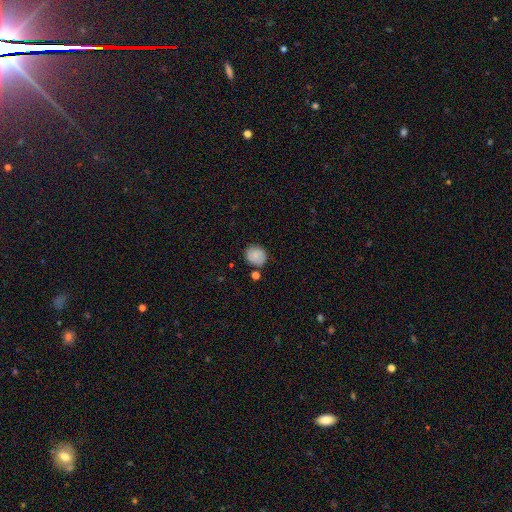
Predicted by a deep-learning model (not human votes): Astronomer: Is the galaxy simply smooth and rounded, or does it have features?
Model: smooth — 77%.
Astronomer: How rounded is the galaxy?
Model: round — 77%.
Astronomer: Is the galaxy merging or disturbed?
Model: none — 75%.